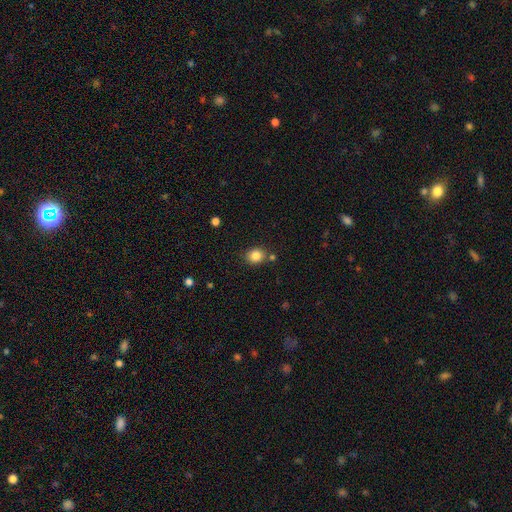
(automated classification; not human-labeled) A smooth galaxy with no disk features (85%) that is round (71%). Merging: none (77%).